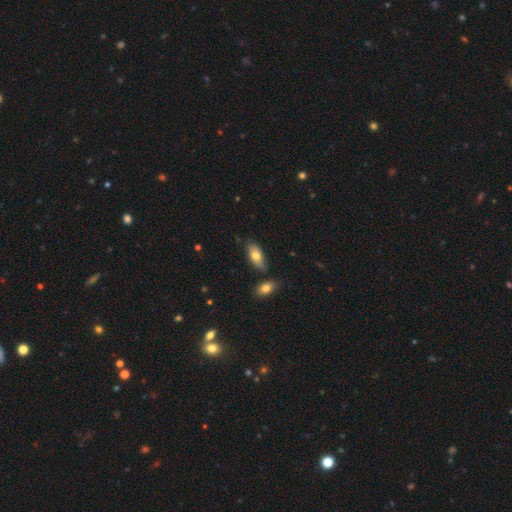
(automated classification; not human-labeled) Morphology: type=smooth (75%); roundness=in between (88%); merging=none (74%).